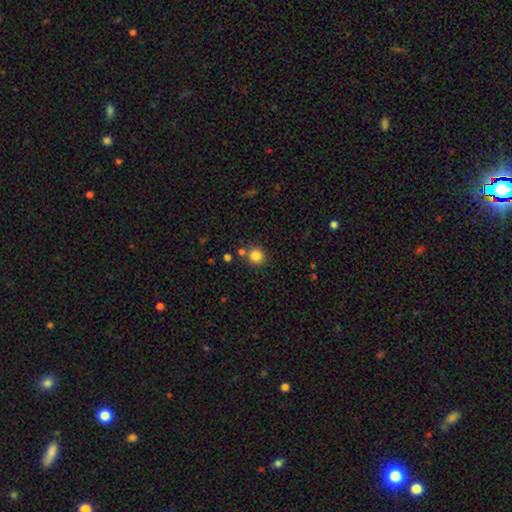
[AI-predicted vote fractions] A smooth galaxy with no disk features (84%) that is round (90%).

Vote fractions:
- Smooth or featured? smooth: 84% / star or artifact: 11% / featured or disk: 5%
- How rounded? round: 90% / in between: 9% / cigar-shaped: 1%
- Merging? none: 78% / merger: 11% / minor disturbance: 9% / major disturbance: 3%